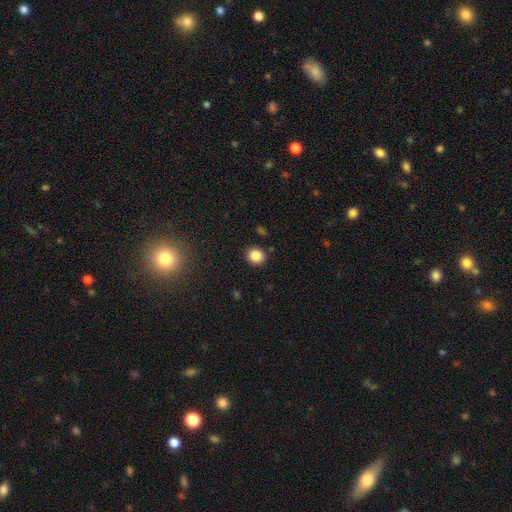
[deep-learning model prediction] Smooth or featured: smooth — 85% (star or artifact — 10%)
How rounded: round — 75% (in between — 24%)
Merging: none — 89% (minor disturbance — 7%)